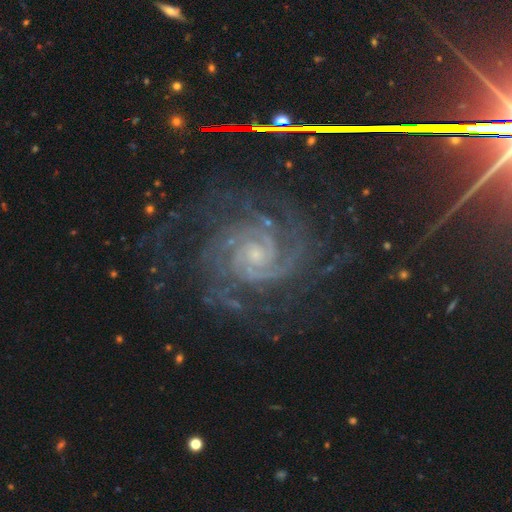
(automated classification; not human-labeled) Smooth or featured: featured or disk — 87% (star or artifact — 9%)
Edge-on disk: no — 98% (yes — 2%)
Bar: no — 66% (weak — 25%)
Spiral arms: yes — 99% (no — 1%)
Spiral winding: tight — 70% (medium — 26%)
Spiral arm count: 2 — 47% (3 — 17%)
Bulge size: small — 72% (moderate — 21%)
Merging: none — 70% (minor disturbance — 18%)